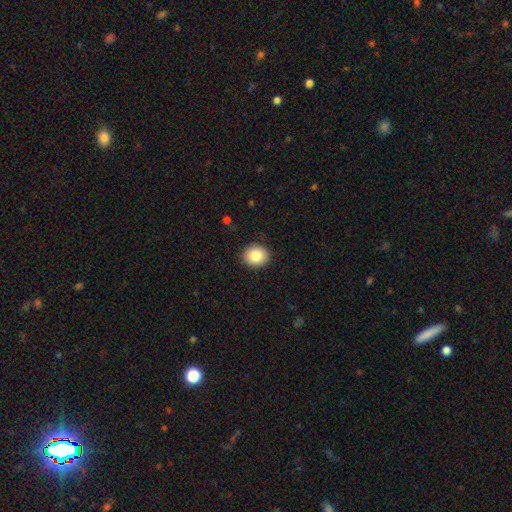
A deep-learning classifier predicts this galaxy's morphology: Q: Smooth or featured?
A: smooth (84%); runner-up: star or artifact (9%)
Q: How rounded?
A: round (77%); runner-up: in between (22%)
Q: Merging?
A: none (90%); runner-up: minor disturbance (7%)